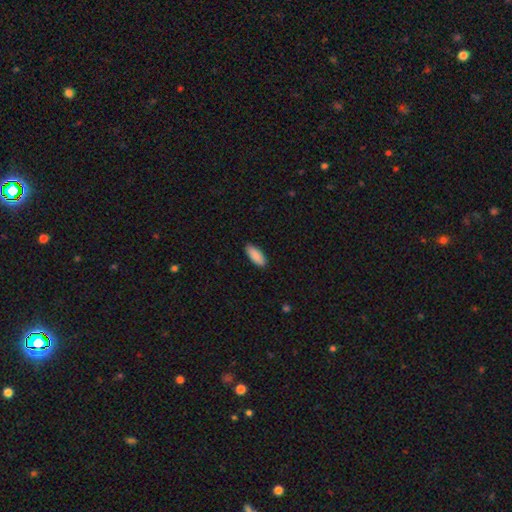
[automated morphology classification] A smooth galaxy with no disk features (90%) that is in between round and cigar-shaped (80%). Merging: none (90%).